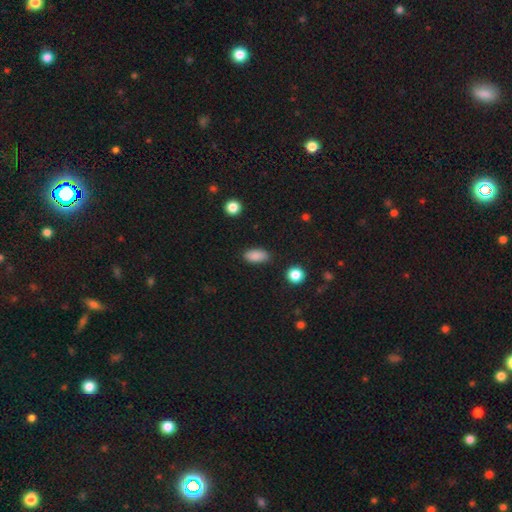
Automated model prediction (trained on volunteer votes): This is clearly a smooth galaxy (87%). How rounded: clearly in between (89%). Merging: clearly none (83%).